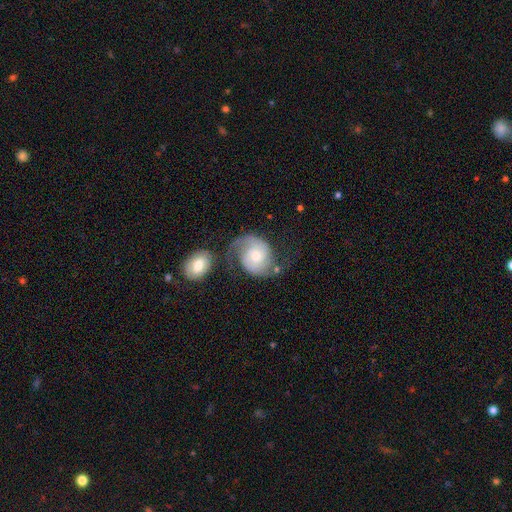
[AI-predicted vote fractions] smooth-or-featured: featured or disk: 84% | smooth: 11% | star or artifact: 5%
  disk-edge-on: no: 98% | yes: 2%
    bar: no: 64% | weak: 31% | strong: 5%
    has-spiral-arms: yes: 97% | no: 3%
      spiral-winding: medium: 49% | tight: 31% | loose: 20%
      spiral-arm-count: 2: 90% | can't tell: 4% | 1: 2% | 3: 2% | 4: 1% | more than 4: 1%
    bulge-size: moderate: 54% | small: 39% | large: 4% | none: 2% | dominant: 1%
  merging: none: 56% | minor disturbance: 18% | merger: 15% | major disturbance: 11%